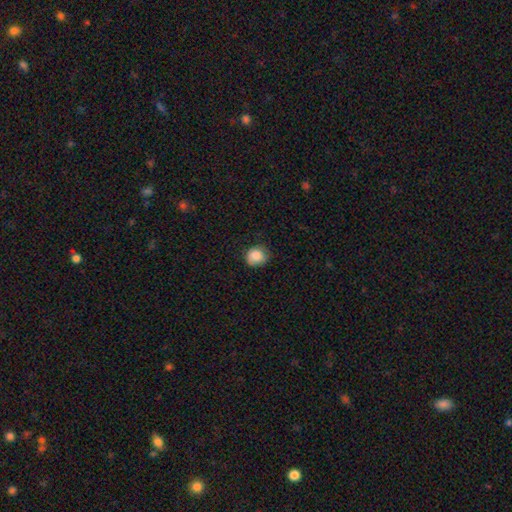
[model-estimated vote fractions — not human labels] smooth_or_featured: smooth (p=0.86) [alt: star or artifact p=0.08]
how_rounded: round (p=0.78) [alt: in between p=0.21]
merging: none (p=0.71) [alt: minor disturbance p=0.23]